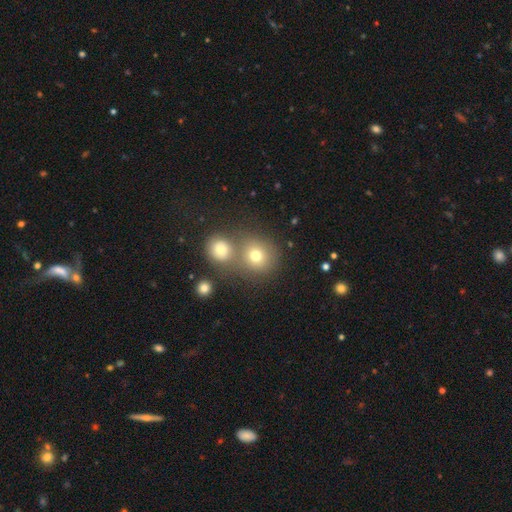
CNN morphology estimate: smooth-or-featured: smooth: 74% | star or artifact: 15% | featured or disk: 11%
  how-rounded: round: 86% | in between: 13% | cigar-shaped: 1%
  merging: none: 56% | merger: 33% | minor disturbance: 8% | major disturbance: 3%